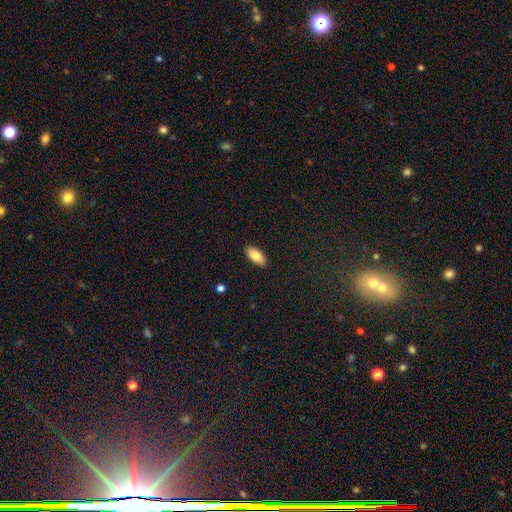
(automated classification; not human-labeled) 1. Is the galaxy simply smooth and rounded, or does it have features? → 82% smooth, 11% featured or disk, 7% star or artifact.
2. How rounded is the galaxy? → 89% in between, 9% cigar-shaped, 2% round.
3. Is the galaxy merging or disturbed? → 90% none, 8% minor disturbance, 2% major disturbance, 1% merger.